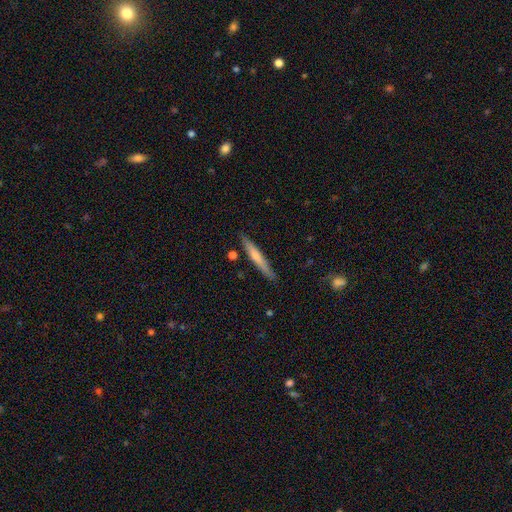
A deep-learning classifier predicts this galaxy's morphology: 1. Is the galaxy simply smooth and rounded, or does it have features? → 62% featured or disk, 30% smooth, 8% star or artifact.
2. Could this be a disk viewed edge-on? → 96% yes, 4% no.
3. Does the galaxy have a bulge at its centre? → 72% rounded, 22% none, 5% boxy.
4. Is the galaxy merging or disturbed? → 88% none, 9% minor disturbance, 2% major disturbance, 2% merger.